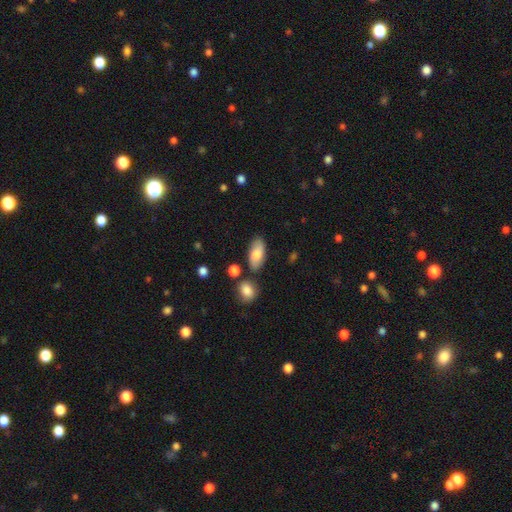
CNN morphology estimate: This is likely a smooth galaxy (74%). How rounded: clearly in between (90%). Merging: likely none (79%).